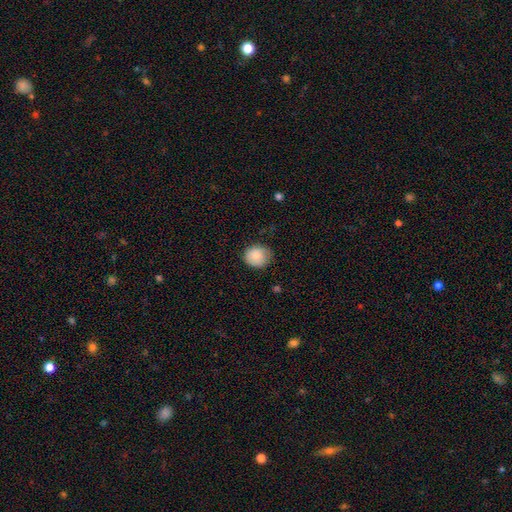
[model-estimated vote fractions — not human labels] Morphology: type=smooth (86%); roundness=round (75%); merging=none (71%).